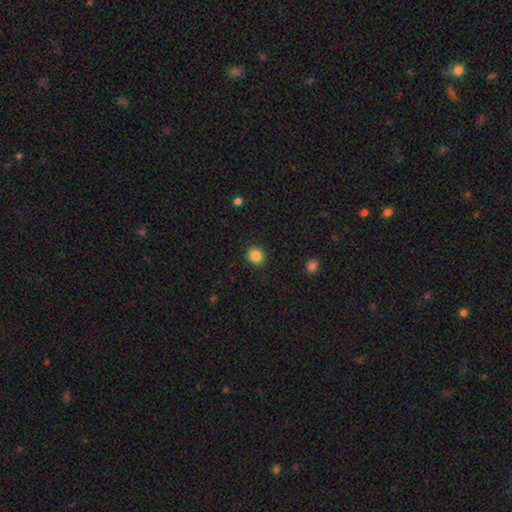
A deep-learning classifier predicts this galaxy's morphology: smooth-or-featured: smooth: 87% | star or artifact: 10% | featured or disk: 4%
  how-rounded: round: 61% | in between: 38% | cigar-shaped: 1%
  merging: none: 90% | minor disturbance: 7% | major disturbance: 2% | merger: 1%